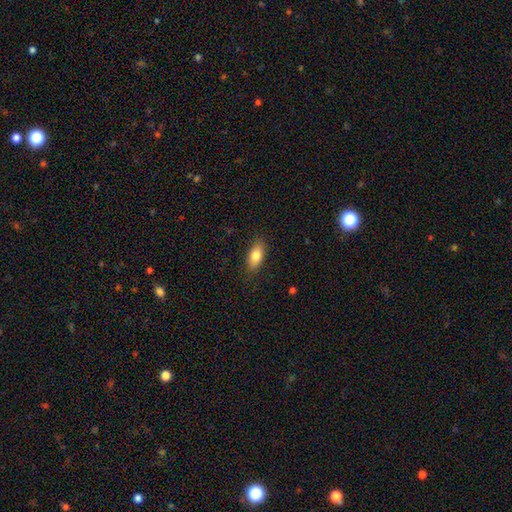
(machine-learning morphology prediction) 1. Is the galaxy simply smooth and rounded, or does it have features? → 81% smooth, 12% featured or disk, 7% star or artifact.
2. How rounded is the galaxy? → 86% in between, 9% cigar-shaped, 5% round.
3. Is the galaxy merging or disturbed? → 86% none, 11% minor disturbance, 3% major disturbance, 1% merger.